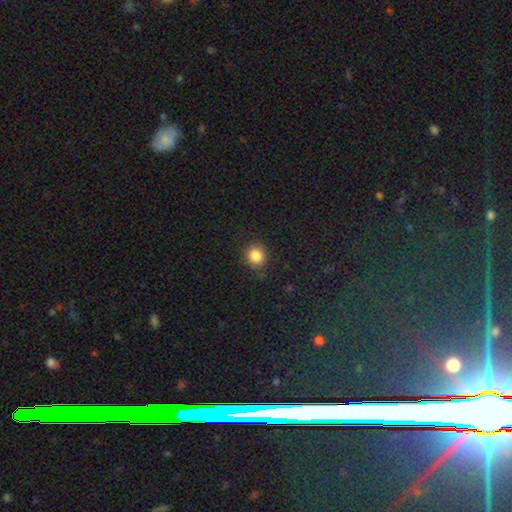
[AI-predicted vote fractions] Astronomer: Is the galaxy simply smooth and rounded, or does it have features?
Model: smooth — 85%.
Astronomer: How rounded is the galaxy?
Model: round — 83%.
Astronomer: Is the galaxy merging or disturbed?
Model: none — 87%.